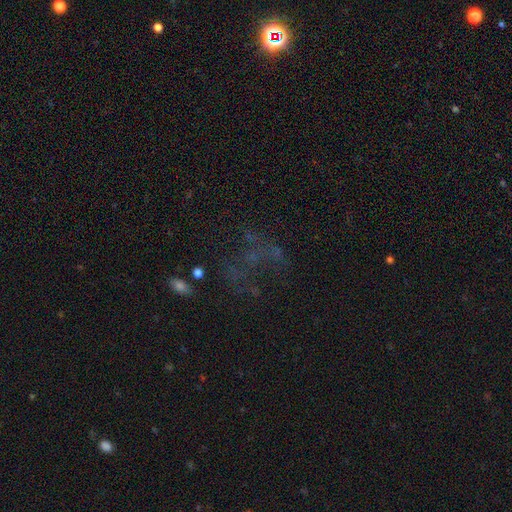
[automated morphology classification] The model was most divided on "smooth or featured": star or artifact: 49%, featured or disk: 30%, smooth: 22%.